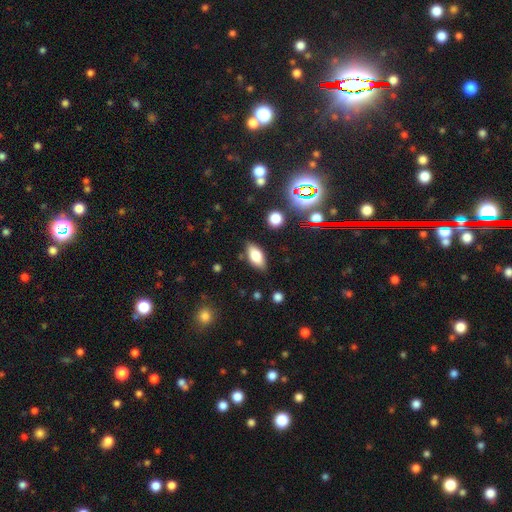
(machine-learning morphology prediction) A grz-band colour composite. It shows a smooth galaxy with no disk features (74%) that is in between round and cigar-shaped (87%). Merging: none (83%).